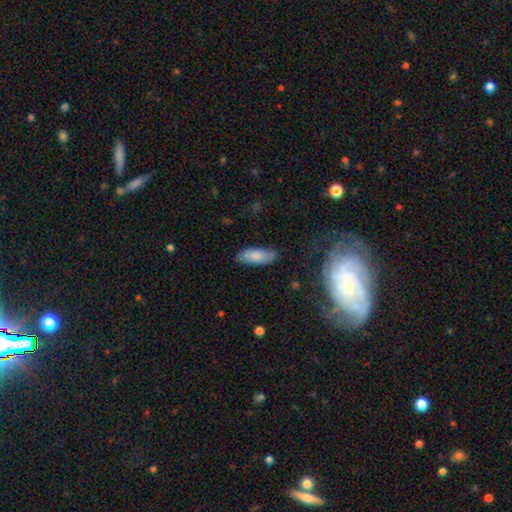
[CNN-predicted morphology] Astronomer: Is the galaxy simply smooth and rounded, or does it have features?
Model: smooth — 81%.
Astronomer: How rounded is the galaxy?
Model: in between — 74%.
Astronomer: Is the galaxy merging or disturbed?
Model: none — 81%.